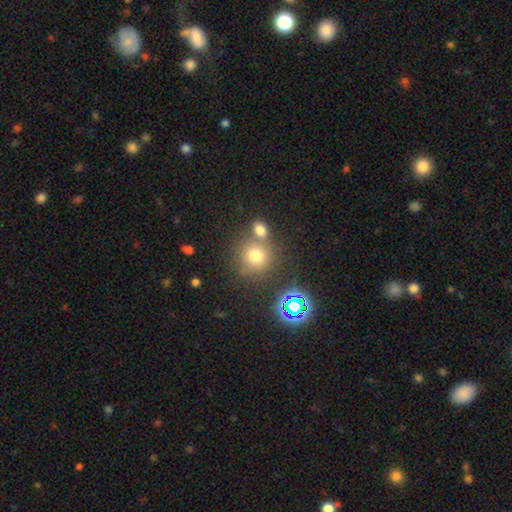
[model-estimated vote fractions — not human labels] Overall: smooth (71%). How rounded: round (89%). Merging: none (61%; merger 26%).